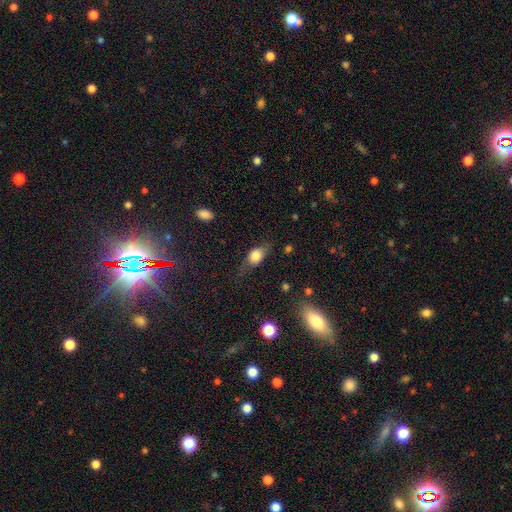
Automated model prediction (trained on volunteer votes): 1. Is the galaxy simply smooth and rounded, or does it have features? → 67% smooth, 24% featured or disk, 9% star or artifact.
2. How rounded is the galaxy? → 70% in between, 23% round, 7% cigar-shaped.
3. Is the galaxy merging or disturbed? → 62% none, 24% minor disturbance, 12% major disturbance, 2% merger.